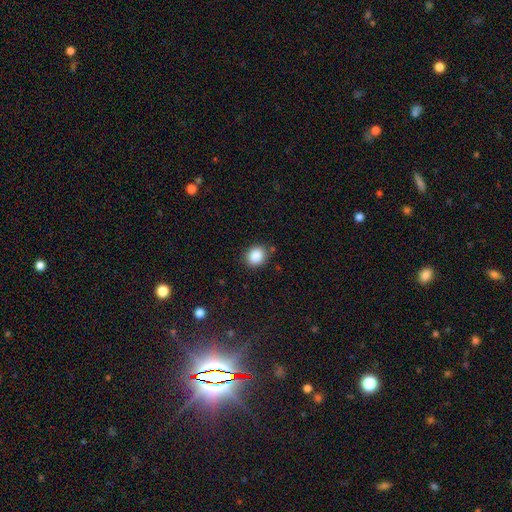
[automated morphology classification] Smooth or featured? smooth (86%)
How rounded? round (67%)
Merging? none (86%)